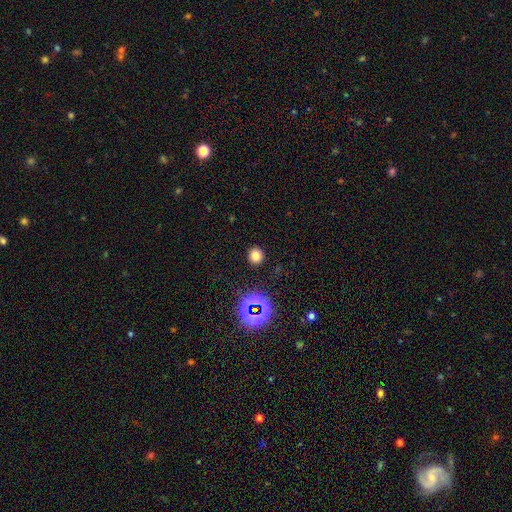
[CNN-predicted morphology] A smooth galaxy with no disk features (75%) that is round (91%). Merging: none (91%).